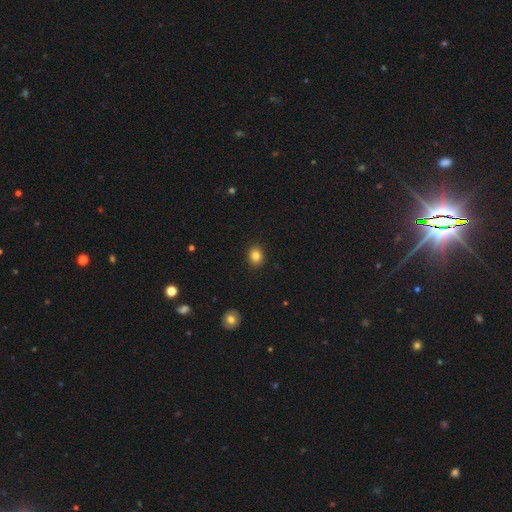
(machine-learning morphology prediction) A smooth galaxy with no disk features (83%) that is round (60%). Merging: none (90%).